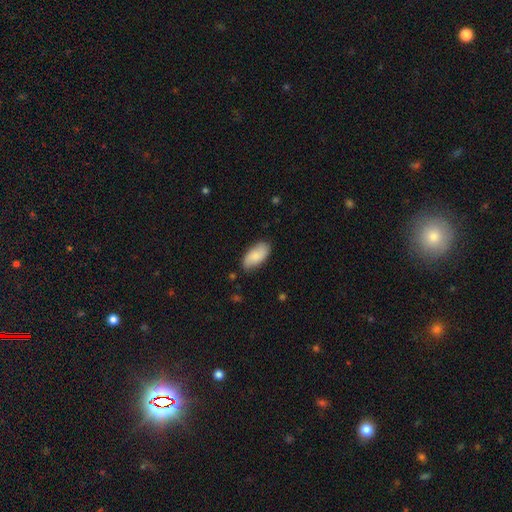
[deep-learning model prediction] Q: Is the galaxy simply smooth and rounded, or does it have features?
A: smooth — 78%.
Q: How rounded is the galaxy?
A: in between — 93%.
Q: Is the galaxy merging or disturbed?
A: none — 80%.